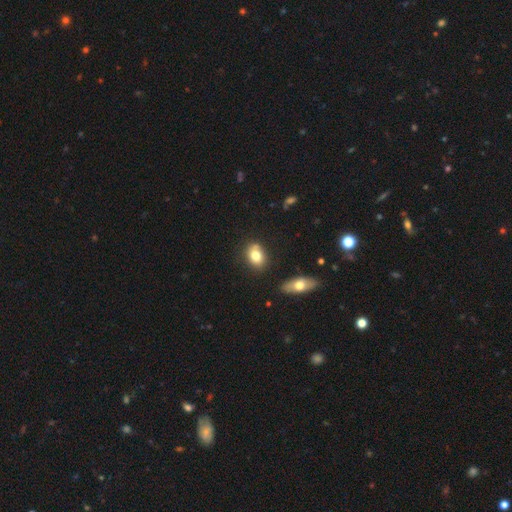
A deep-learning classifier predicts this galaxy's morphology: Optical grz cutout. It shows a smooth galaxy with no disk features (79%) that is in between round and cigar-shaped (71%). Merging: none (73%).